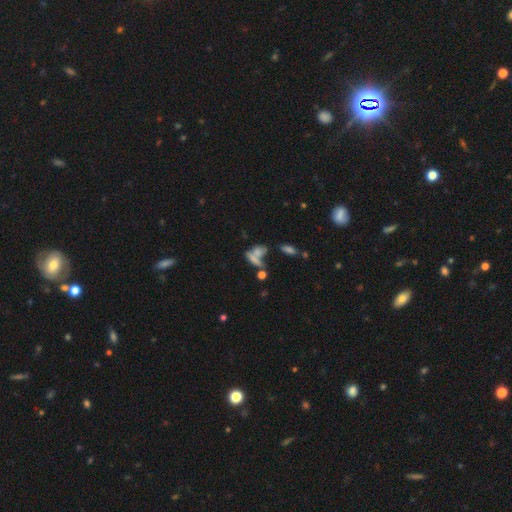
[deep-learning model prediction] Overall: smooth (57%; featured or disk 26%). How rounded: in between (60%; cigar-shaped 24%). Merging: merger (45%; none 30%).